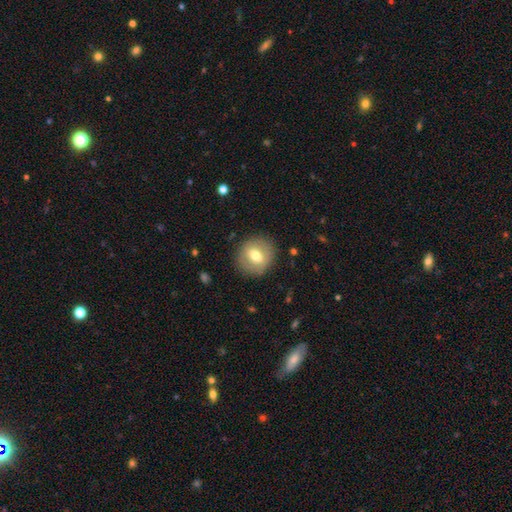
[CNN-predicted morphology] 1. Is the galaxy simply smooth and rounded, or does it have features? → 63% smooth, 29% featured or disk, 8% star or artifact.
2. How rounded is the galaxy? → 81% round, 18% in between, 1% cigar-shaped.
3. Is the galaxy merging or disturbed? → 85% none, 10% minor disturbance, 4% major disturbance, 1% merger.